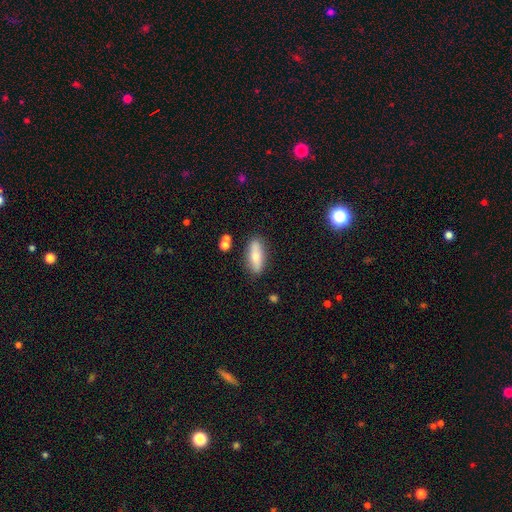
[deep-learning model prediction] Q: Smooth or featured?
A: smooth (65%); runner-up: featured or disk (28%)
Q: How rounded?
A: in between (56%); runner-up: cigar-shaped (41%)
Q: Merging?
A: none (83%); runner-up: minor disturbance (11%)